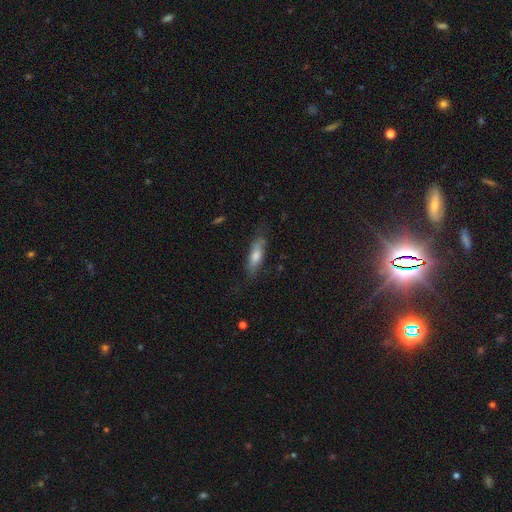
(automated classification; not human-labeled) smooth 58%, featured or disk 34%, star or artifact 8%. Down the decision tree: how rounded — cigar-shaped (59%); merging — none (72%).